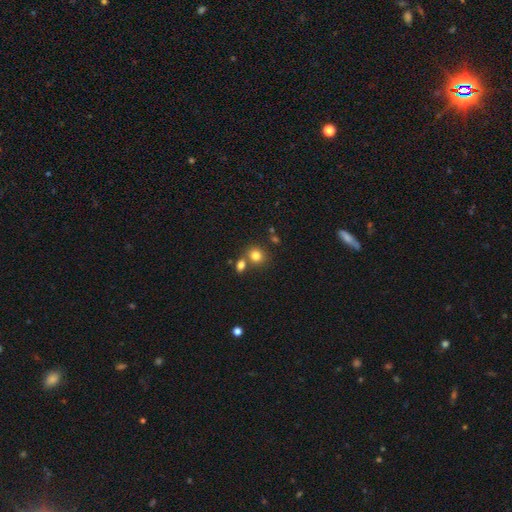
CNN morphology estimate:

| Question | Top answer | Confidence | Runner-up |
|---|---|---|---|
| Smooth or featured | smooth | 80% | star or artifact (13%) |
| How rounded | round | 77% | in between (22%) |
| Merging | none | 61% | merger (27%) |